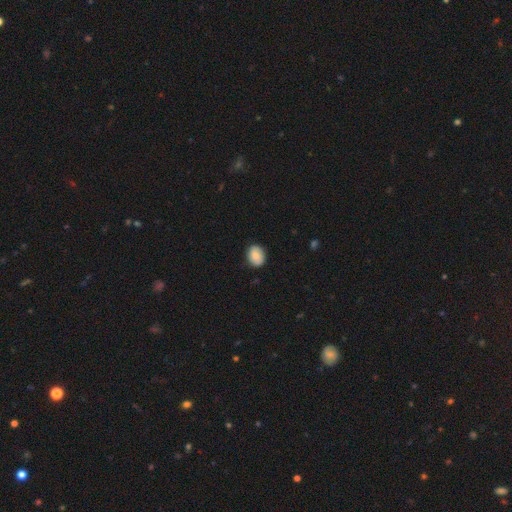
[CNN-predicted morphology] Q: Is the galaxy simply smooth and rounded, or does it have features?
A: smooth — 81%.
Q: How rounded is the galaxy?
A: in between — 56%.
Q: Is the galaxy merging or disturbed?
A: none — 84%.